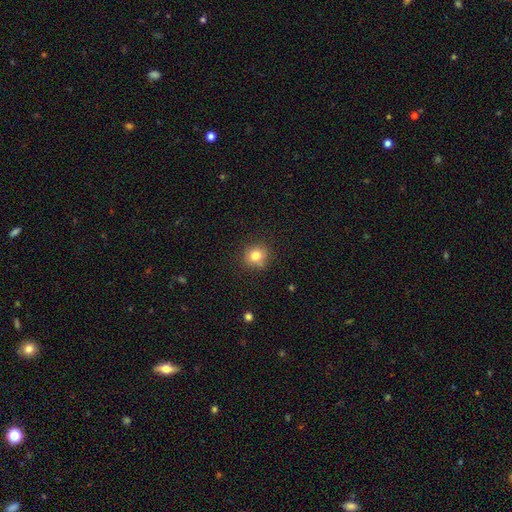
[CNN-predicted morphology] A smooth galaxy with no disk features (80%) that is round (86%). Merging: none (82%).